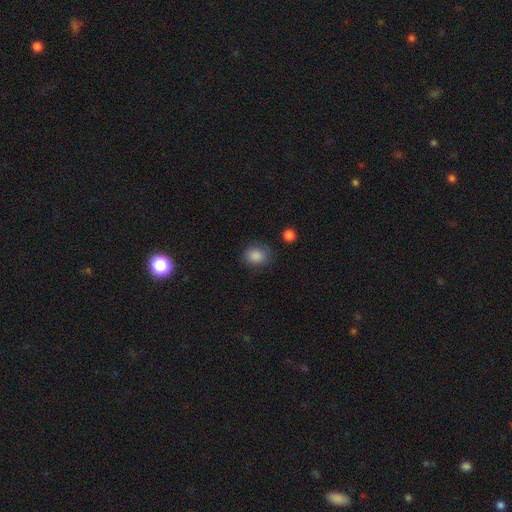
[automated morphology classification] Smooth or featured: smooth — 87% (star or artifact — 9%)
How rounded: round — 57% (in between — 42%)
Merging: none — 78% (minor disturbance — 16%)